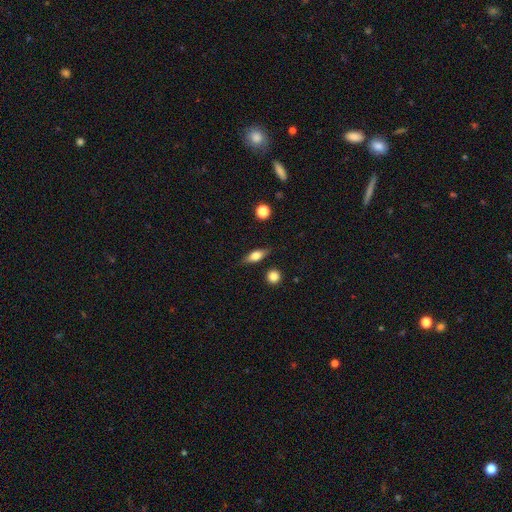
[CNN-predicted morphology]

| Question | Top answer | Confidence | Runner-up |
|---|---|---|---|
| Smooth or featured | smooth | 61% | featured or disk (31%) |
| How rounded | in between | 63% | cigar-shaped (29%) |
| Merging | none | 82% | minor disturbance (13%) |